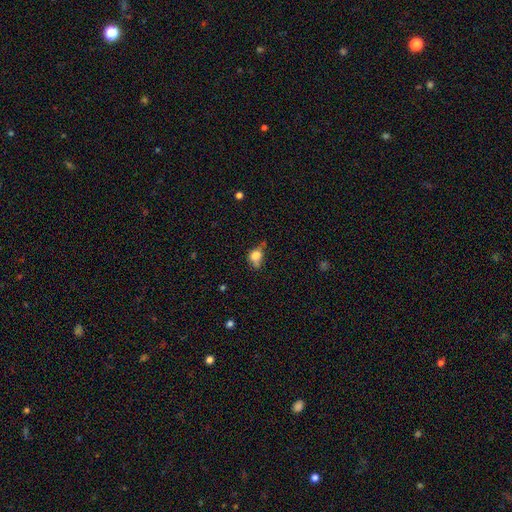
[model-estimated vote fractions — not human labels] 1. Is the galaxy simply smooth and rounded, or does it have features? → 76% smooth, 13% featured or disk, 11% star or artifact.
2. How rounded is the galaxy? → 52% in between, 45% round, 2% cigar-shaped.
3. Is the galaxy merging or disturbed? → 39% none, 37% minor disturbance, 14% major disturbance, 10% merger.